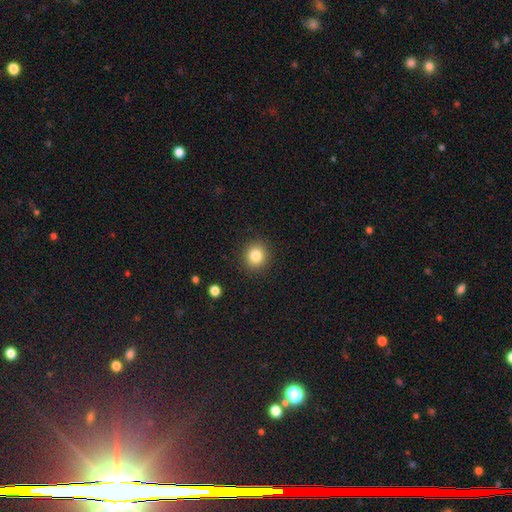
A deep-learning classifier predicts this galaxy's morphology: Smooth or featured: smooth — 83% (star or artifact — 11%)
How rounded: round — 89% (in between — 10%)
Merging: none — 91% (minor disturbance — 6%)